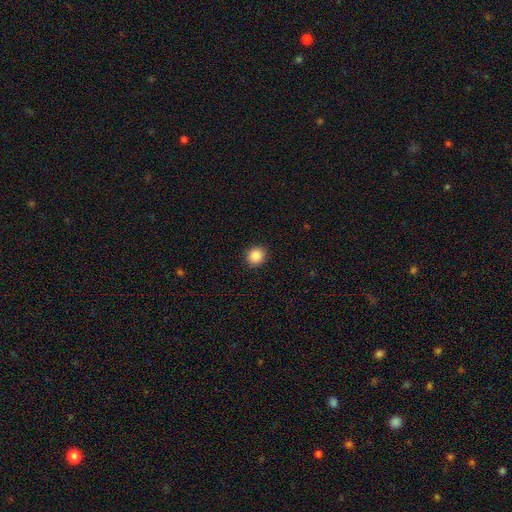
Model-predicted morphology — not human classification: A smooth galaxy with no disk features (88%) that is round (86%).

Vote fractions:
- Smooth or featured? smooth: 88% / star or artifact: 9% / featured or disk: 3%
- How rounded? round: 86% / in between: 13% / cigar-shaped: 1%
- Merging? none: 91% / minor disturbance: 6% / major disturbance: 2% / merger: 1%